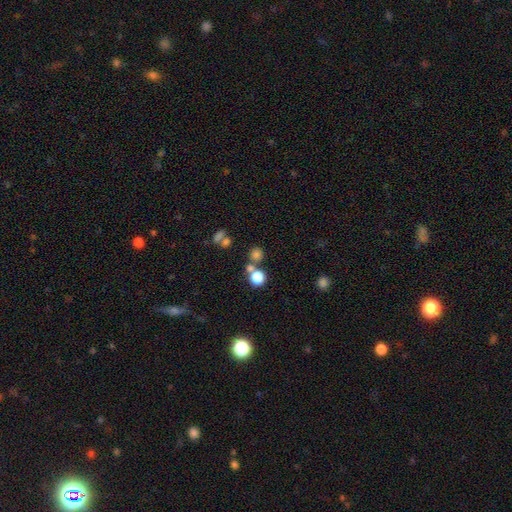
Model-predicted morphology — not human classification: This appears to be a smooth galaxy with no disk features (61%) that is round (88%). Merging: none (68%).